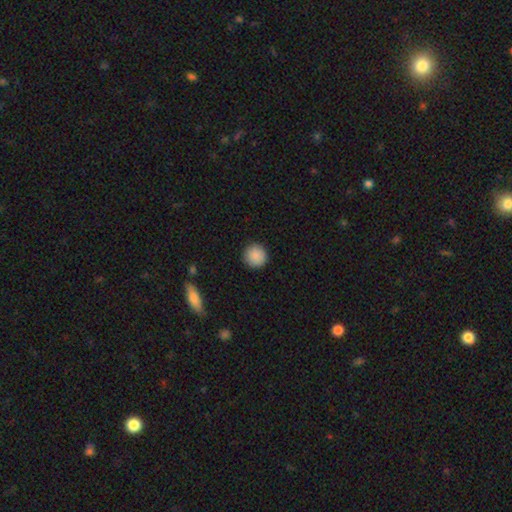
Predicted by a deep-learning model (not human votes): Smooth or featured: smooth — 89% (star or artifact — 8%)
How rounded: round — 95% (in between — 4%)
Merging: none — 91% (minor disturbance — 6%)